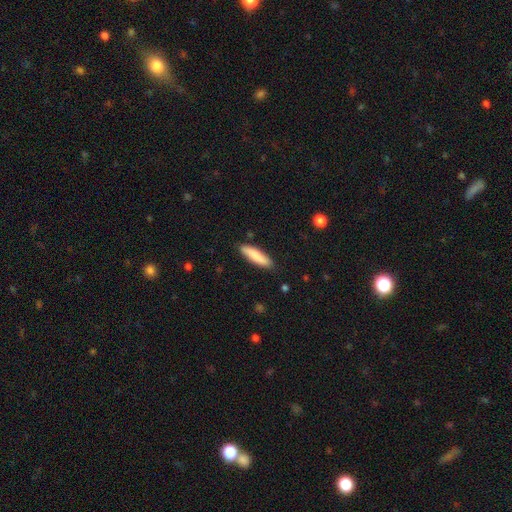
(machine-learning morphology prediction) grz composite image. It shows a smooth galaxy with no disk features (82%) that is cigar-shaped (72%). Merging: none (86%).